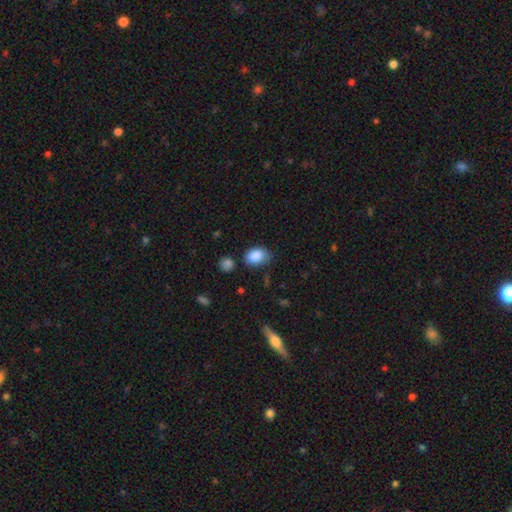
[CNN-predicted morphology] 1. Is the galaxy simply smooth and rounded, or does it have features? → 87% smooth, 8% star or artifact, 5% featured or disk.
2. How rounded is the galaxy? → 78% in between, 21% round, 1% cigar-shaped.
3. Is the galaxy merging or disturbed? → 66% none, 24% minor disturbance, 5% major disturbance, 4% merger.